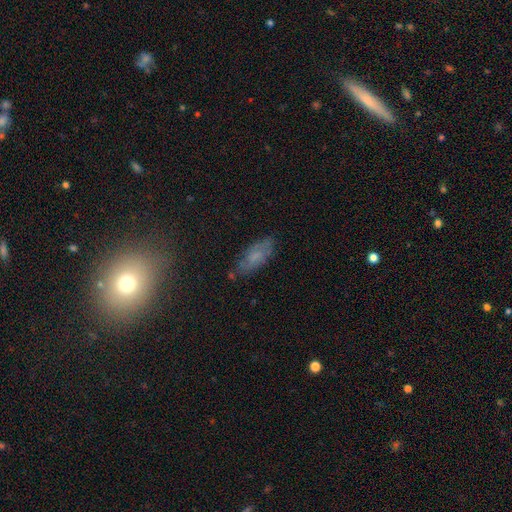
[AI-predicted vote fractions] The model was most divided on "smooth or featured": smooth: 56%, featured or disk: 33%, star or artifact: 12%. More confident: how rounded — in between (78%); merging — none (74%).